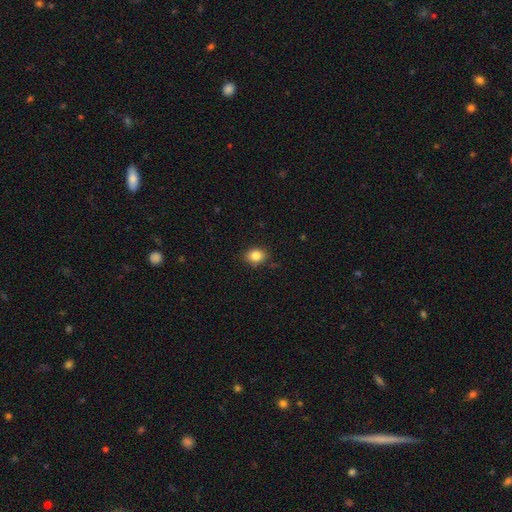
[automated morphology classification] smooth_or_featured: smooth (p=0.84) [alt: star or artifact p=0.10]
how_rounded: round (p=0.50) [alt: in between p=0.49]
merging: none (p=0.85) [alt: minor disturbance p=0.12]